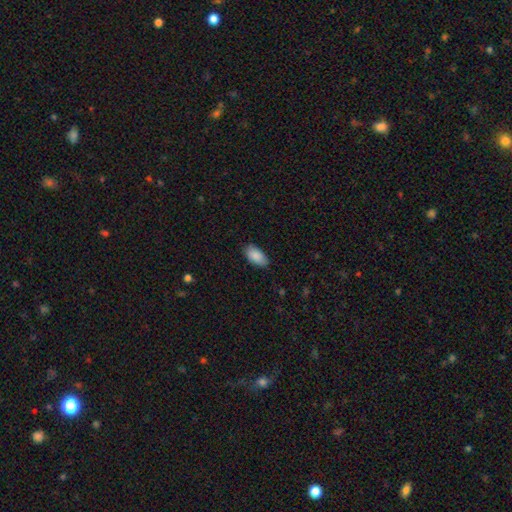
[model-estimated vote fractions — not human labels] The model was most divided on "merging": none: 83%, minor disturbance: 14%, major disturbance: 2%, merger: 1%. More confident: how rounded — in between (95%); smooth or featured — smooth (88%).